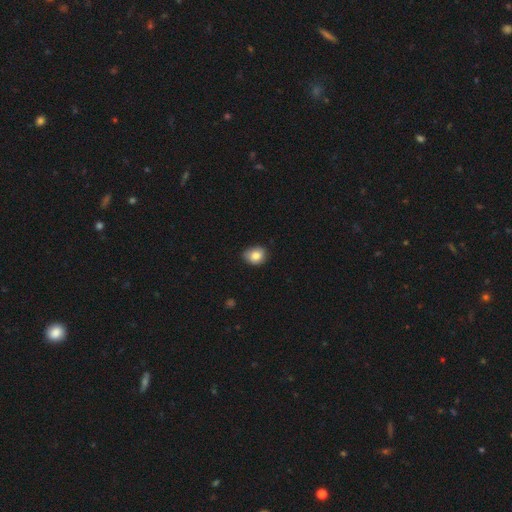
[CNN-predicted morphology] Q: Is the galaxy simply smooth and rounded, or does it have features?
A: smooth — 83%.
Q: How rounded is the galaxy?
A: round — 59%.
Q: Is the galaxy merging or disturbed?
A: none — 75%.